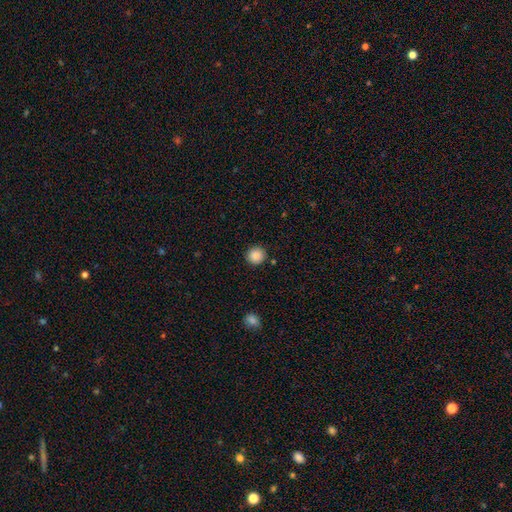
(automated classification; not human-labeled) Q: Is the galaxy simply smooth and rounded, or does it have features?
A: smooth — 87%.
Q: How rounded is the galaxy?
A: round — 94%.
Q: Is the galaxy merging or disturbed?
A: none — 90%.